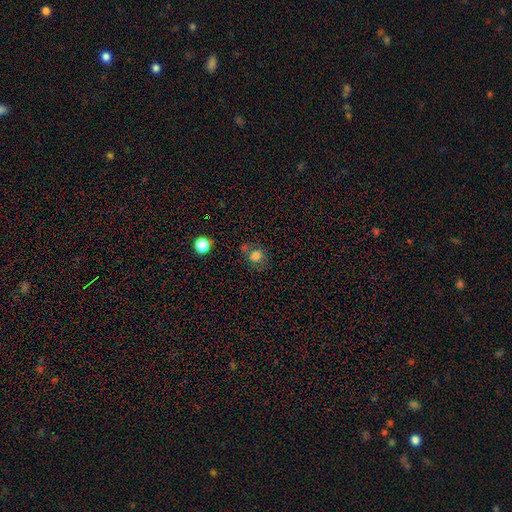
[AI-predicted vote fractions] smooth_or_featured: smooth (p=0.73) [alt: featured or disk p=0.14]
how_rounded: round (p=0.69) [alt: in between p=0.30]
merging: none (p=0.59) [alt: minor disturbance p=0.18]